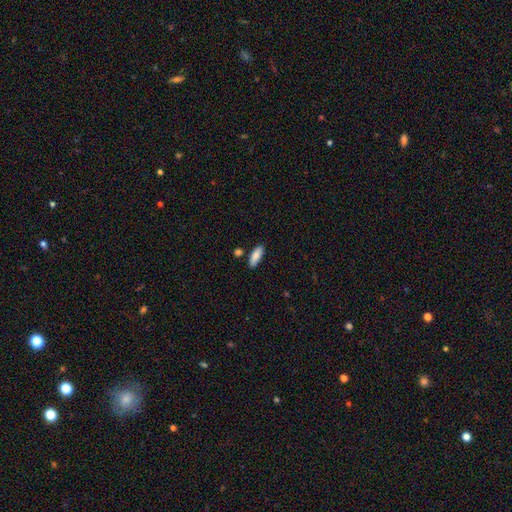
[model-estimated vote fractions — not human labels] Smooth or featured?
  - smooth: 86% *
  - featured or disk: 8%
  - star or artifact: 6%
How rounded?
  - in between: 69% *
  - cigar-shaped: 29%
  - round: 2%
Merging?
  - none: 82% *
  - minor disturbance: 11%
  - merger: 4%
  - major disturbance: 2%